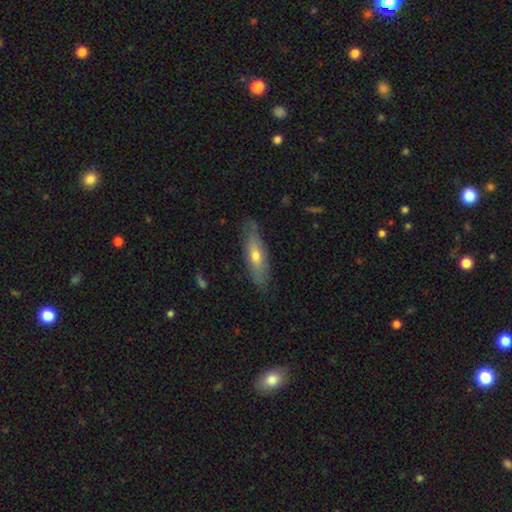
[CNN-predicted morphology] A smooth galaxy with no disk features (50%). Merging: none (82%).